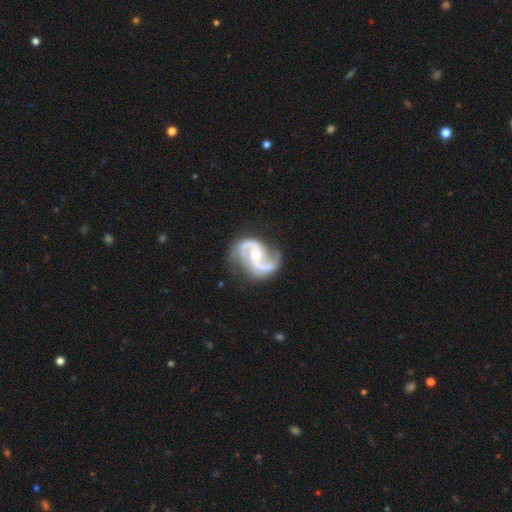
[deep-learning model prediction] Smooth or featured: featured or disk — 93% (star or artifact — 4%)
Edge-on disk: no — 98% (yes — 2%)
Bar: no — 49% (weak — 38%)
Spiral arms: yes — 98% (no — 2%)
Spiral winding: medium — 58% (loose — 29%)
Spiral arm count: 2 — 93% (3 — 2%)
Bulge size: moderate — 58% (small — 35%)
Merging: none — 73% (minor disturbance — 18%)